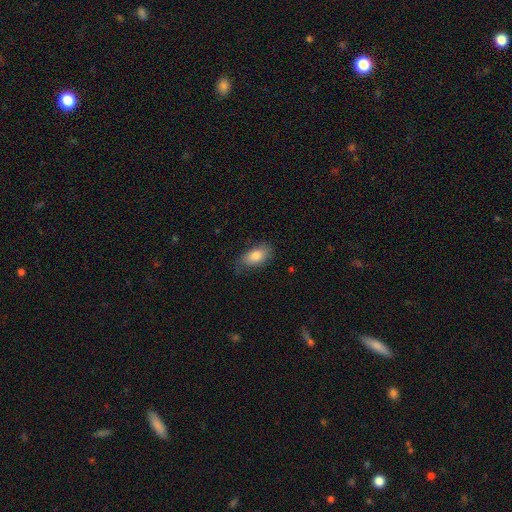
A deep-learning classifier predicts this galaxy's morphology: Smooth or featured? Predicted: smooth (p=0.81). How rounded? Predicted: in between (p=0.91). Merging? Predicted: none (p=0.69).